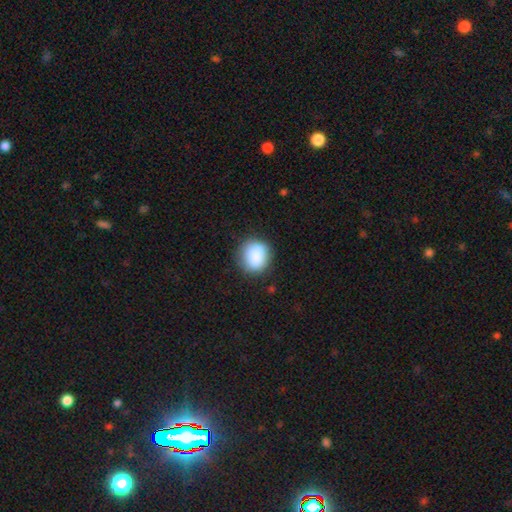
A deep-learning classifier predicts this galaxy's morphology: Smooth or featured? smooth (86%)
How rounded? round (73%)
Merging? none (77%)